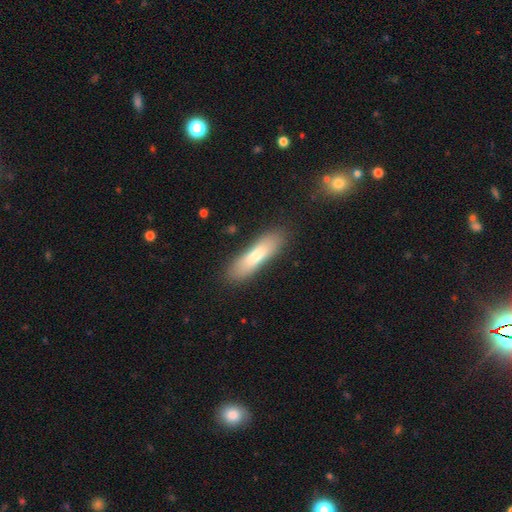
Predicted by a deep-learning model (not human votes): Smooth or featured? Predicted: smooth (p=0.70). How rounded? Predicted: cigar-shaped (p=0.65). Merging? Predicted: none (p=0.85).